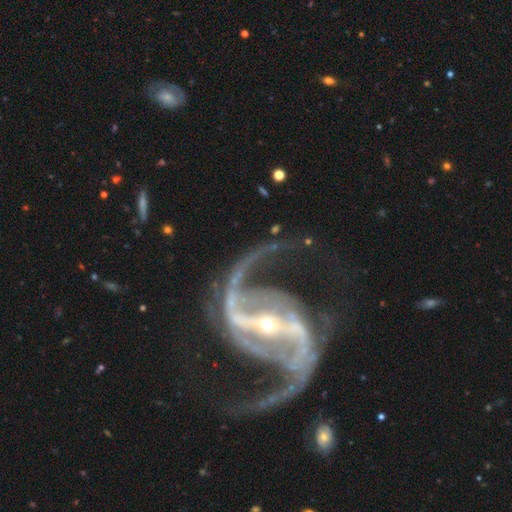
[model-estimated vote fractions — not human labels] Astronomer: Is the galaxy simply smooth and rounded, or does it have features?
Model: featured or disk — 94%.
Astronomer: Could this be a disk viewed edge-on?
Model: no — 98%.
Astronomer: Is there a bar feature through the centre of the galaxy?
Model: strong — 79%.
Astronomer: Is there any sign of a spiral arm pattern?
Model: yes — 98%.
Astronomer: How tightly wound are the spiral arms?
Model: medium — 49% (runner-up: loose, 41%).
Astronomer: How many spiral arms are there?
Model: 2 — 93%.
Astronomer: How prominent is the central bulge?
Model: small — 78%.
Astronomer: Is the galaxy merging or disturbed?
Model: none — 70%.